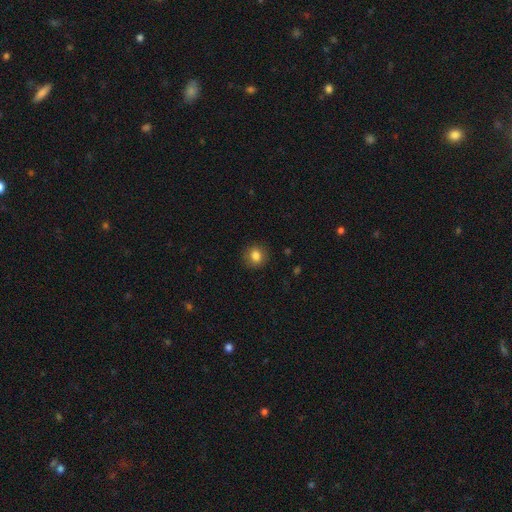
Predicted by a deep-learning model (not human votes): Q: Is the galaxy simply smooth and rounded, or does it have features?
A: smooth — 83%.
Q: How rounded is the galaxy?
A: round — 74%.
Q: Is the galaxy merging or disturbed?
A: none — 86%.